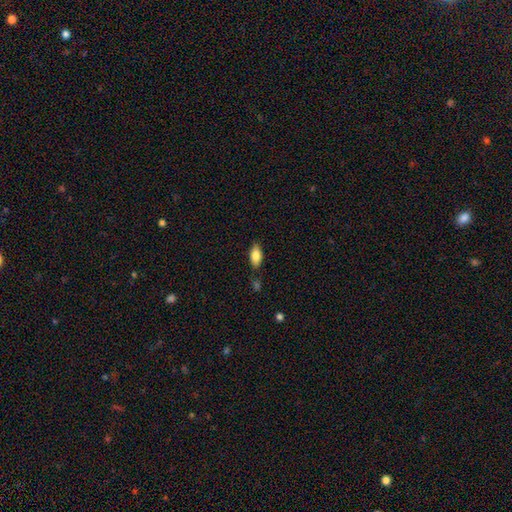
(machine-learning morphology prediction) smooth 83%, featured or disk 10%, star or artifact 7%. Down the decision tree: how rounded — in between (90%); merging — none (78%).